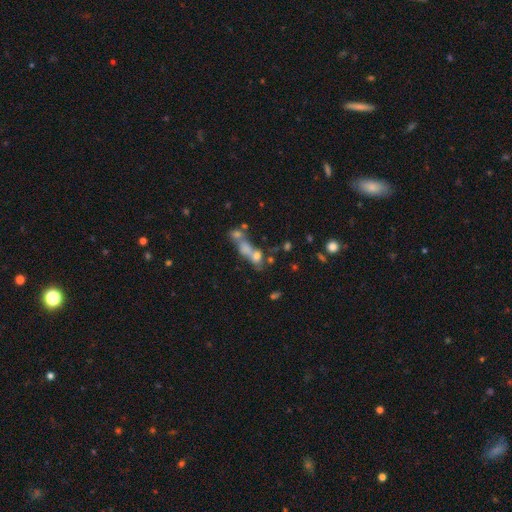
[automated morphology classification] Smooth or featured?
  - smooth: 56% *
  - featured or disk: 27%
  - star or artifact: 18%
How rounded?
  - in between: 49% *
  - round: 33%
  - cigar-shaped: 17%
Merging?
  - merger: 59% *
  - none: 22%
  - major disturbance: 11%
  - minor disturbance: 8%